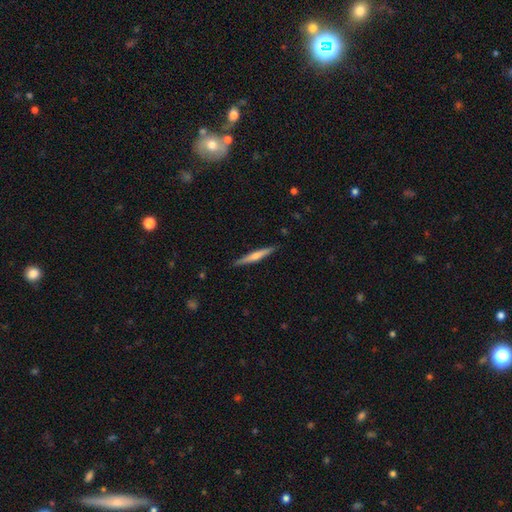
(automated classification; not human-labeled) smooth_or_featured: featured or disk (p=0.51) [alt: smooth p=0.43]
disk_edge_on: yes (p=0.97) [alt: no p=0.03]
merging: none (p=0.90) [alt: minor disturbance p=0.08]